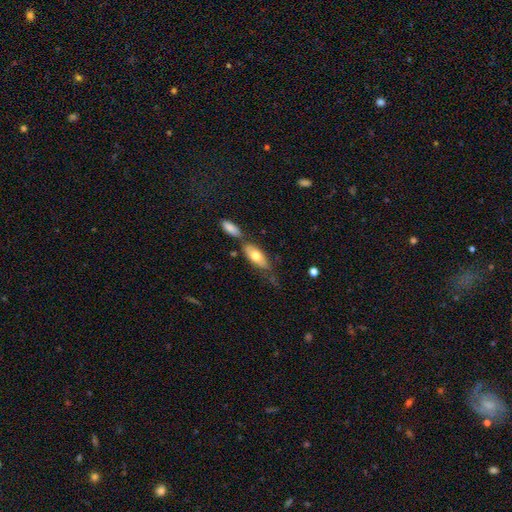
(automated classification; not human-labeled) Morphology: type=smooth (66%); roundness=in between (81%); merging=none (48%).